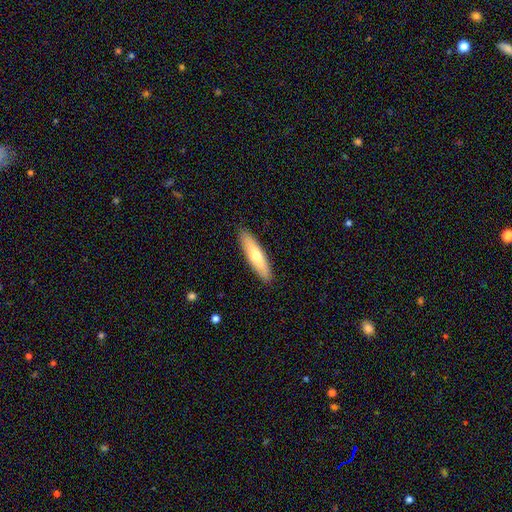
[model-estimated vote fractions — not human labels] Overall: smooth (63%; featured or disk 32%). How rounded: cigar-shaped (77%). Merging: none (91%).